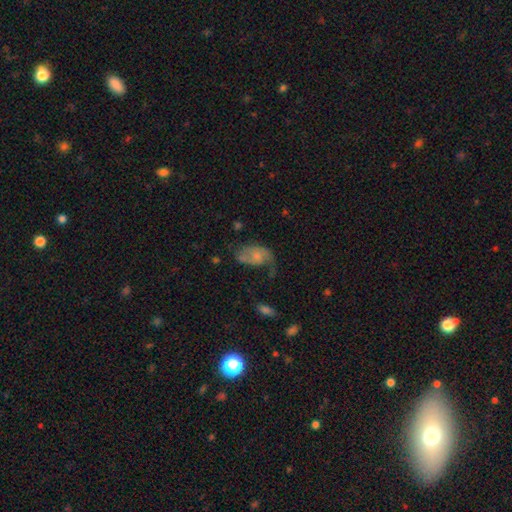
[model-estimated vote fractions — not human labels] The model was most divided on "merging": none: 36%, major disturbance: 30%, minor disturbance: 29%, merger: 5%. More confident: edge-on disk — no (96%); smooth or featured — featured or disk (50%).